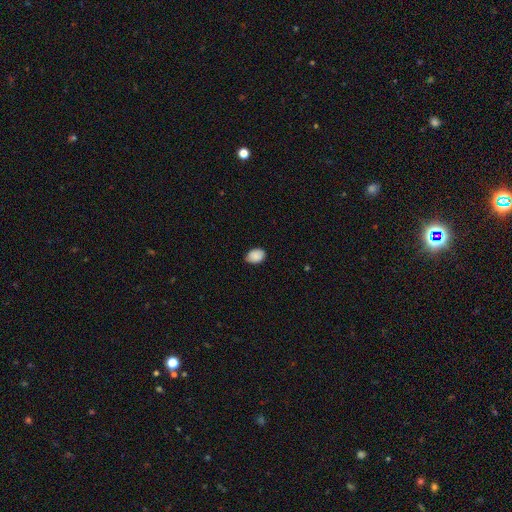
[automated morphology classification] type=smooth (86%); roundness=in between (74%); merging=none (74%).